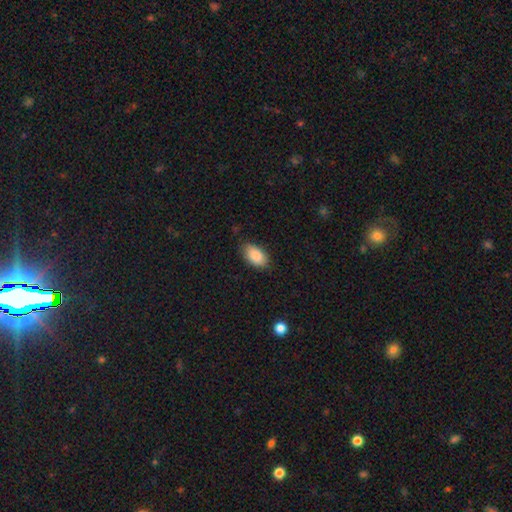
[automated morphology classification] The model was most divided on "merging": none: 79%, minor disturbance: 16%, major disturbance: 3%, merger: 1%. More confident: how rounded — in between (93%); smooth or featured — smooth (88%).